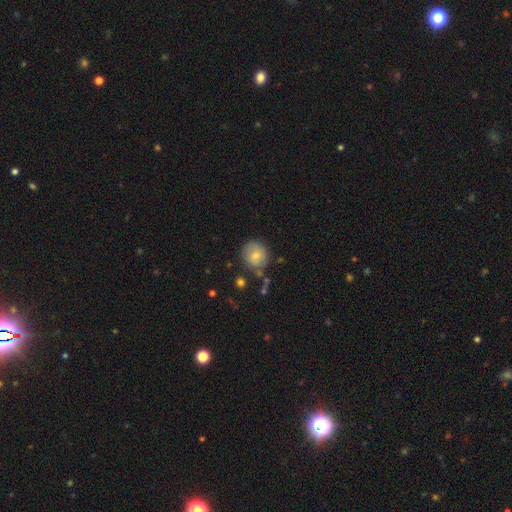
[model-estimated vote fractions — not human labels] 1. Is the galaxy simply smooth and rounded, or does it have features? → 73% smooth, 18% featured or disk, 8% star or artifact.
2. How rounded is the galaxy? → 86% round, 13% in between, 1% cigar-shaped.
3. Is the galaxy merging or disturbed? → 70% none, 19% minor disturbance, 6% major disturbance, 5% merger.